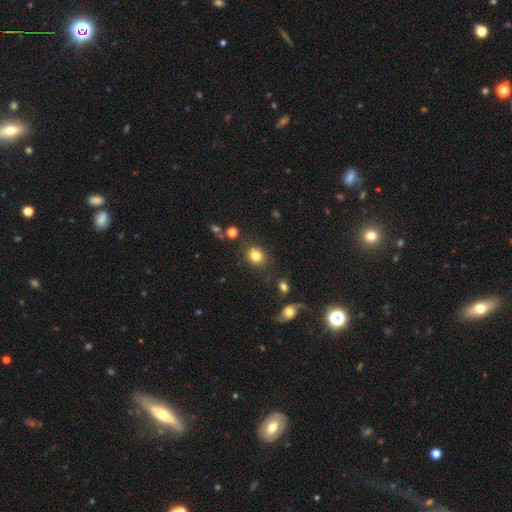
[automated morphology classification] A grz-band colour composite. It shows a smooth galaxy with no disk features (81%) that is round (64%). Merging: none (82%).